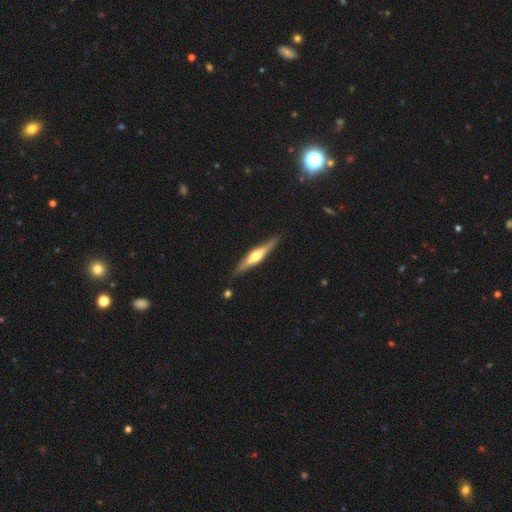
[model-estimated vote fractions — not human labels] Smooth or featured: featured or disk — 69% (smooth — 26%)
Edge-on disk: yes — 97% (no — 3%)
Edge-on bulge: rounded — 89% (boxy — 7%)
Merging: none — 87% (minor disturbance — 9%)